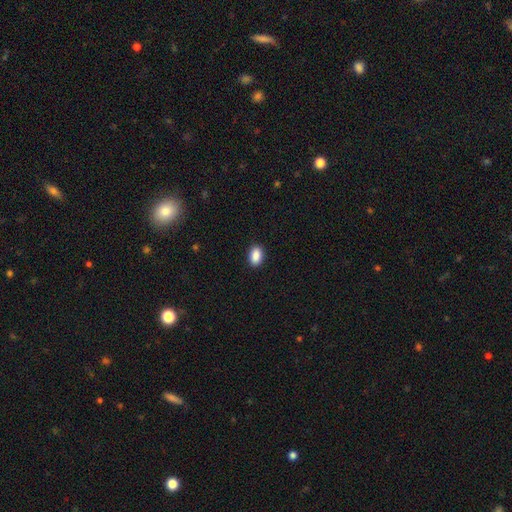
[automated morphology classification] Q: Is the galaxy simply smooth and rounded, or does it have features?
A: smooth — 90%.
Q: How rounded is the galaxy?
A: in between — 87%.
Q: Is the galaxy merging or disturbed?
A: none — 90%.